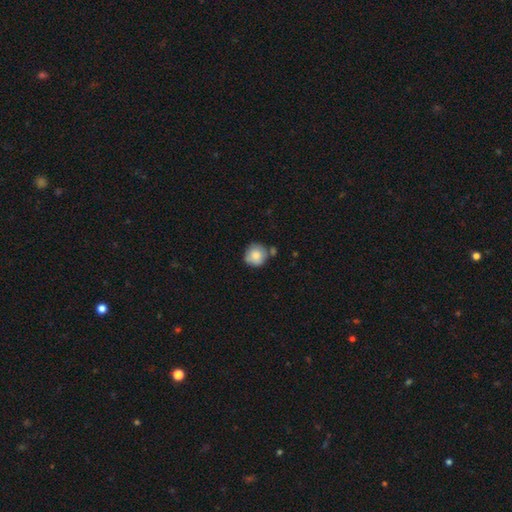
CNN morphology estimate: smooth-or-featured: smooth: 82% | featured or disk: 10% | star or artifact: 8%
  how-rounded: round: 92% | in between: 7% | cigar-shaped: 1%
  merging: none: 68% | minor disturbance: 17% | merger: 11% | major disturbance: 4%